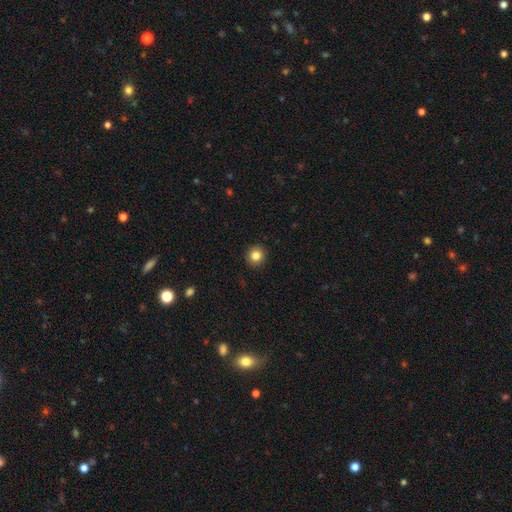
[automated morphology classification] Q: Smooth or featured?
A: smooth (84%); runner-up: star or artifact (11%)
Q: How rounded?
A: round (92%); runner-up: in between (7%)
Q: Merging?
A: none (92%); runner-up: minor disturbance (5%)